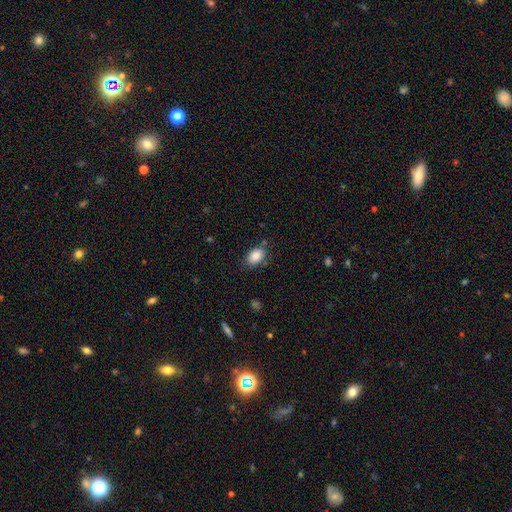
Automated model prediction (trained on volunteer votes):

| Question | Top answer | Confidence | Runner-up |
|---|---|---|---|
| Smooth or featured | smooth | 86% | star or artifact (8%) |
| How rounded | in between | 86% | round (12%) |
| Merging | none | 79% | minor disturbance (15%) |